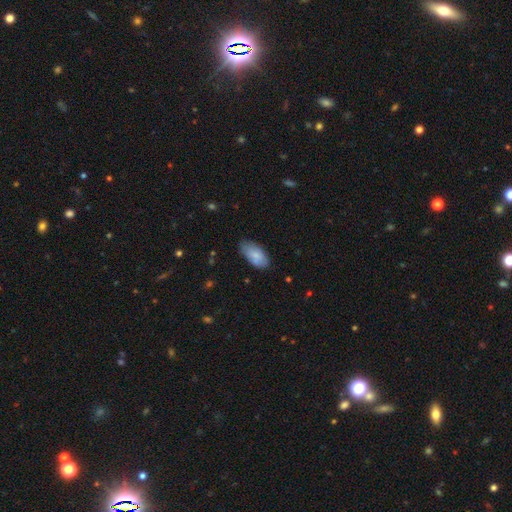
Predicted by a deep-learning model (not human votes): Smooth or featured: smooth — 81% (featured or disk — 13%)
How rounded: in between — 94% (cigar-shaped — 4%)
Merging: none — 71% (minor disturbance — 23%)